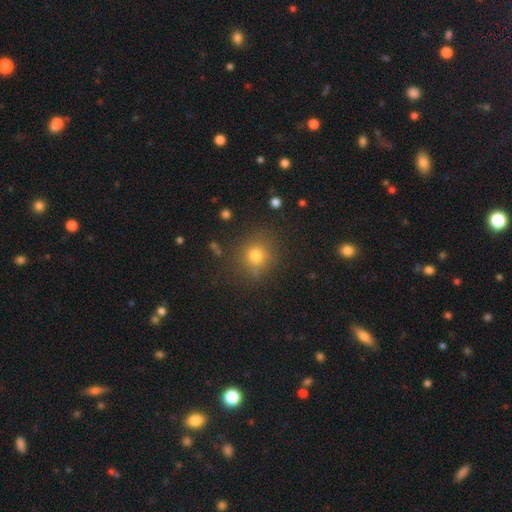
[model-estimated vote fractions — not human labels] Q: Smooth or featured?
A: smooth (75%); runner-up: star or artifact (17%)
Q: How rounded?
A: round (86%); runner-up: in between (13%)
Q: Merging?
A: none (83%); runner-up: minor disturbance (11%)